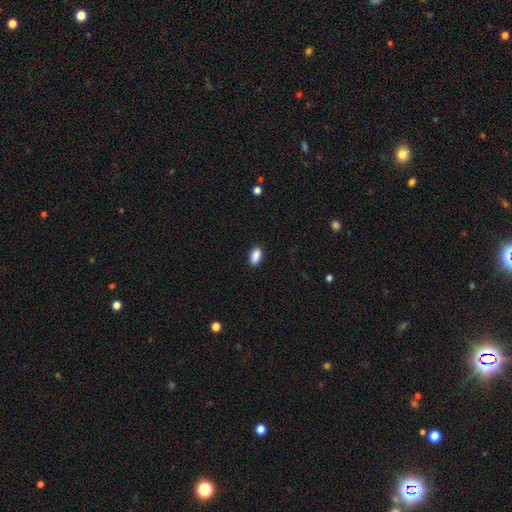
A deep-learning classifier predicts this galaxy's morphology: type=smooth (89%); roundness=in between (91%); merging=none (86%).